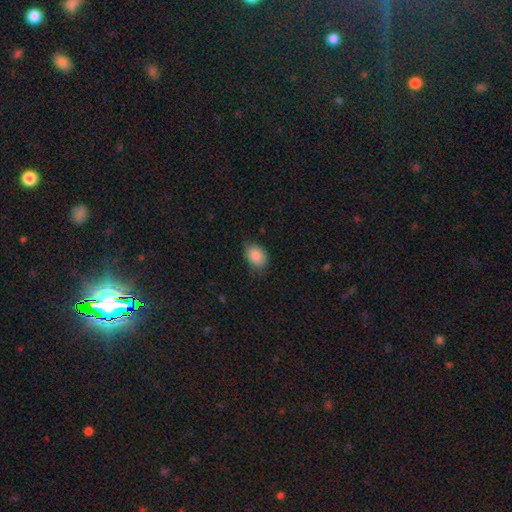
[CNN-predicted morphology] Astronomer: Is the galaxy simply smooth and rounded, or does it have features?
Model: smooth — 87%.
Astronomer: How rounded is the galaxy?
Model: in between — 75%.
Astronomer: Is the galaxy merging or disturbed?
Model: none — 72%.